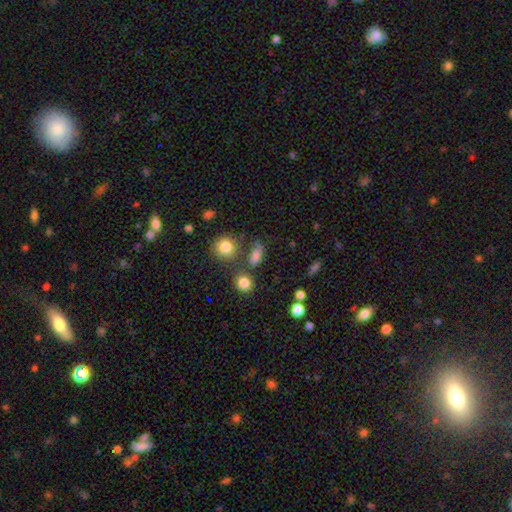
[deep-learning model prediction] This appears to be a smooth galaxy with no disk features (79%) that is in between round and cigar-shaped (64%). Merging: none (57%).